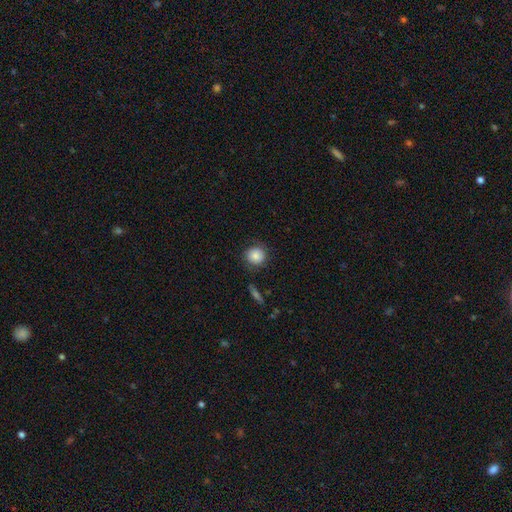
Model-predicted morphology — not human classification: The model was most divided on "merging": none: 81%, minor disturbance: 13%, major disturbance: 4%, merger: 2%. More confident: how rounded — round (90%); smooth or featured — smooth (83%).